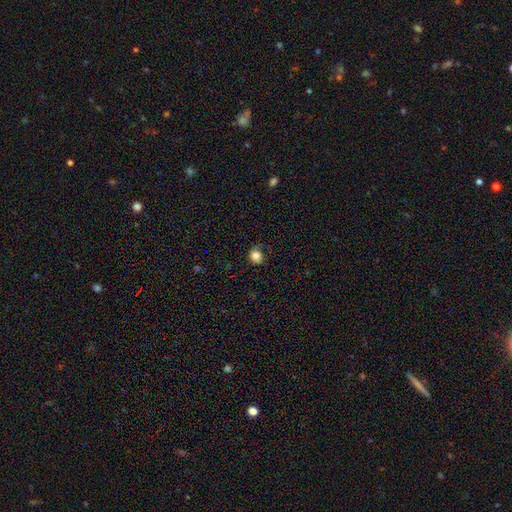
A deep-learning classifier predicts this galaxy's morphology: smooth_or_featured: smooth (p=0.81) [alt: star or artifact p=0.11]
how_rounded: round (p=0.78) [alt: in between p=0.21]
merging: none (p=0.68) [alt: minor disturbance p=0.22]